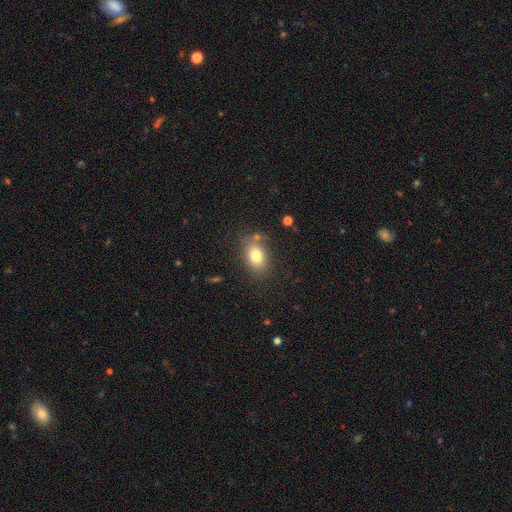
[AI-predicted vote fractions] Morphology: type=smooth (79%); roundness=in between (77%); merging=none (75%).